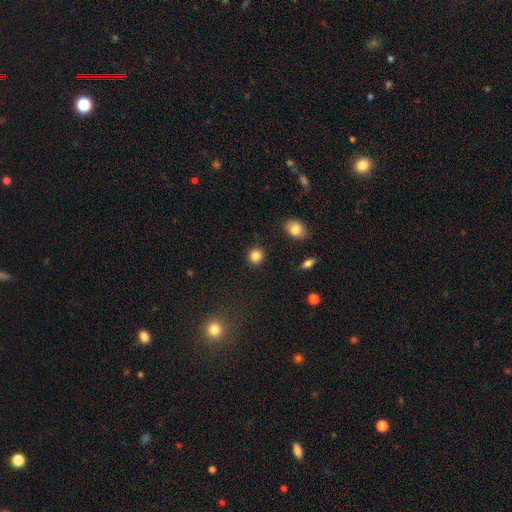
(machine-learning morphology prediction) smooth-or-featured: smooth: 85% | star or artifact: 11% | featured or disk: 4%
  how-rounded: round: 90% | in between: 9% | cigar-shaped: 1%
  merging: none: 91% | minor disturbance: 6% | major disturbance: 2% | merger: 2%